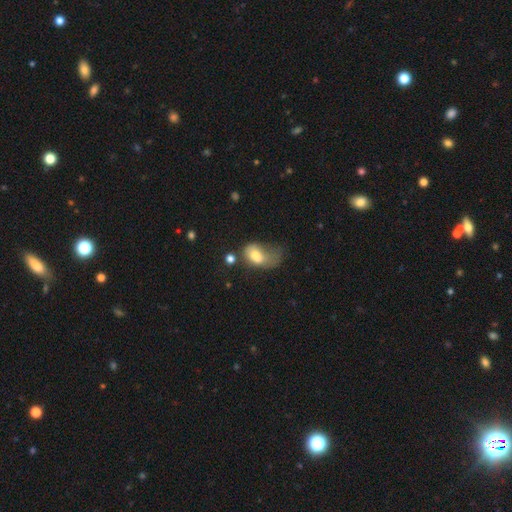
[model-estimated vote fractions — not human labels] smooth-or-featured: smooth: 69% | featured or disk: 22% | star or artifact: 9%
  how-rounded: in between: 82% | round: 16% | cigar-shaped: 2%
  merging: major disturbance: 55% | minor disturbance: 20% | none: 13% | merger: 12%